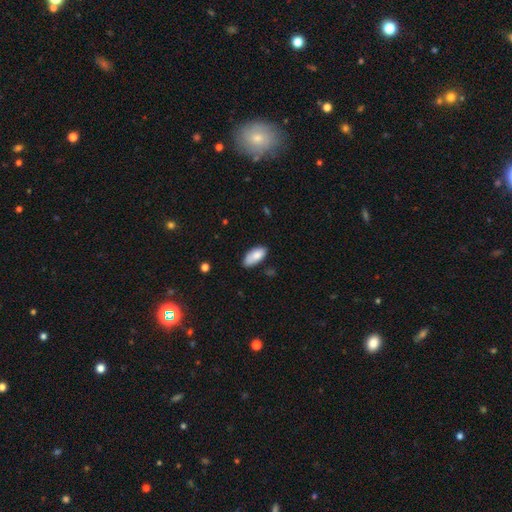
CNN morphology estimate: A smooth galaxy with no disk features (85%) that is in between round and cigar-shaped (91%). Merging: none (73%).